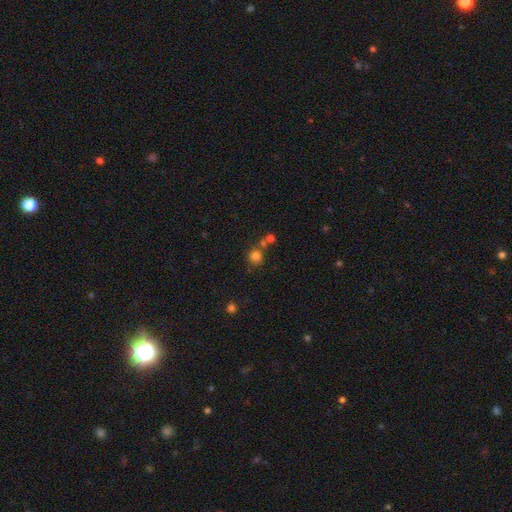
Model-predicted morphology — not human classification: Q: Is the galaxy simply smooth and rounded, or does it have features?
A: smooth — 78%.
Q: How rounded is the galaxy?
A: round — 85%.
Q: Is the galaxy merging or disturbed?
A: none — 61%.